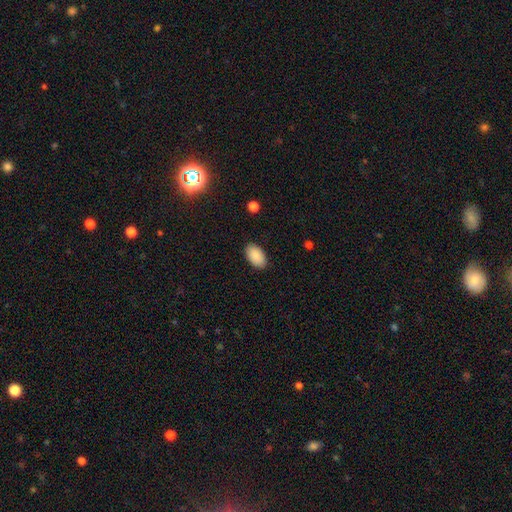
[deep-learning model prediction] smooth 89%, star or artifact 7%, featured or disk 4%. Down the decision tree: how rounded — in between (95%); merging — none (88%).